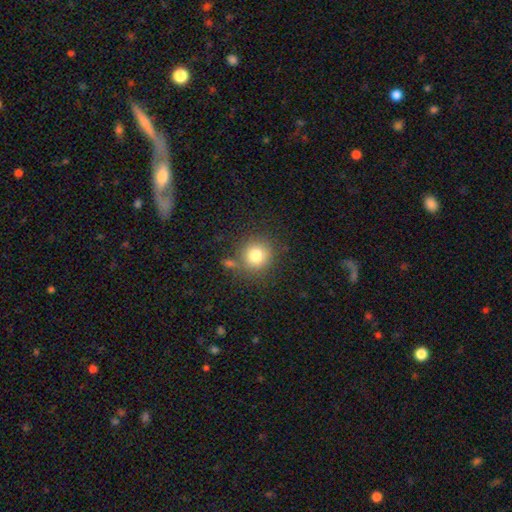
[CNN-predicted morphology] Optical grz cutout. It shows a smooth galaxy with no disk features (80%) that is round (92%). Merging: none (76%).